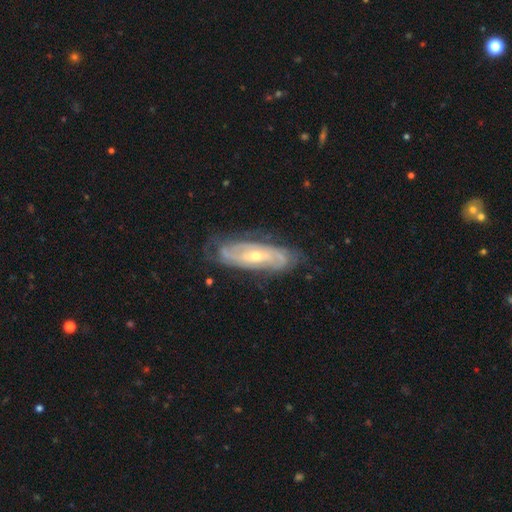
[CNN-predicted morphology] A featured or disk galaxy (83%) with no bar (58%), tight (66%) spiral arms (92%) and a small central bulge (55%).

Vote fractions:
- Smooth or featured? featured or disk: 83% / smooth: 11% / star or artifact: 6%
- Edge-on disk? no: 86% / yes: 14%
- Bar? no: 58% / weak: 29% / strong: 13%
- Spiral arms? yes: 92% / no: 8%
- Spiral winding? tight: 66% / medium: 26% / loose: 8%
- Spiral arm count? can't tell: 40% / 2: 34% / 3: 11% / 4: 6% / 1: 4% / more than 4: 4%
- Bulge size? small: 55% / moderate: 42% / large: 1% / none: 1% / dominant: 1%
- Merging? none: 73% / minor disturbance: 19% / major disturbance: 7% / merger: 1%